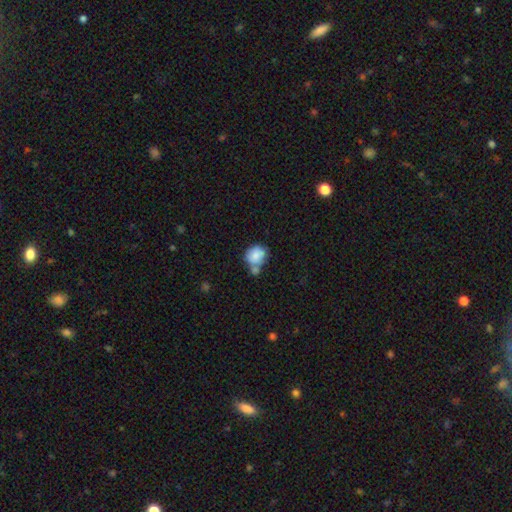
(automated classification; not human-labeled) Q: Smooth or featured?
A: smooth (79%); runner-up: featured or disk (13%)
Q: How rounded?
A: round (70%); runner-up: in between (29%)
Q: Merging?
A: none (39%); runner-up: merger (36%)